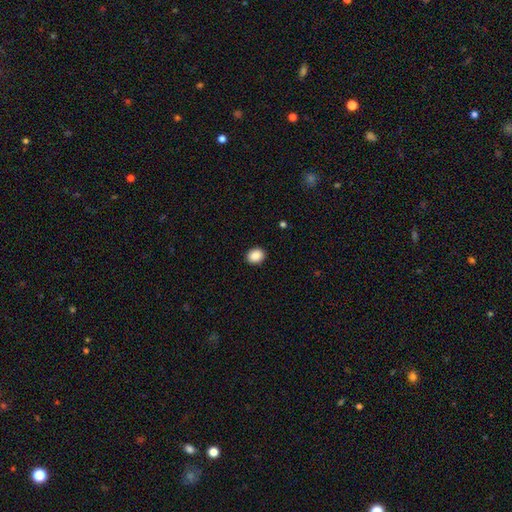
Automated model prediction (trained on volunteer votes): This appears to be a smooth galaxy with no disk features (88%) that is round (57%). Merging: none (92%).